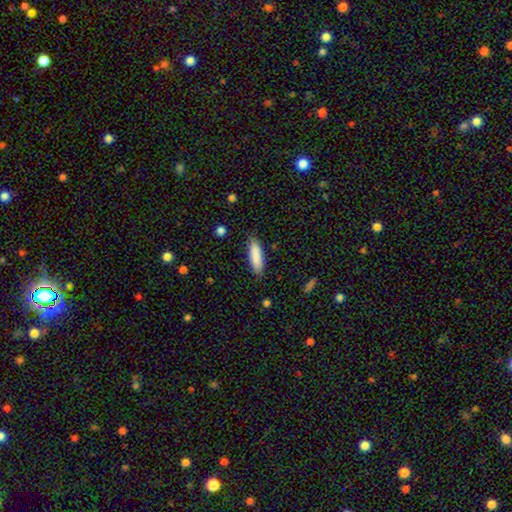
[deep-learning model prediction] Smooth or featured?
  - smooth: 87% *
  - featured or disk: 7%
  - star or artifact: 6%
How rounded?
  - cigar-shaped: 54% *
  - in between: 45%
  - round: 1%
Merging?
  - none: 82% *
  - minor disturbance: 14%
  - major disturbance: 2%
  - merger: 1%